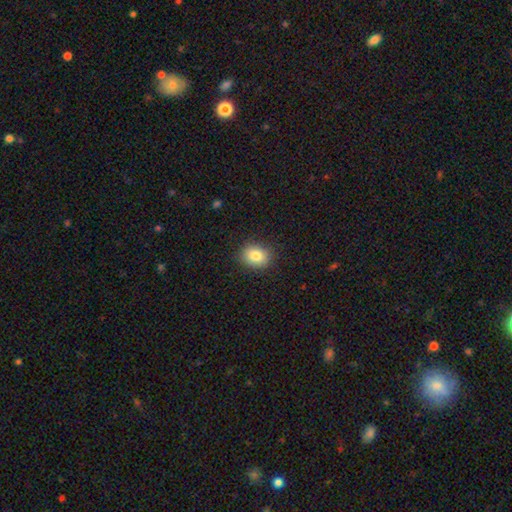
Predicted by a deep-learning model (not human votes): This appears to be a smooth galaxy with no disk features (83%) that is round (51%). Merging: none (88%).